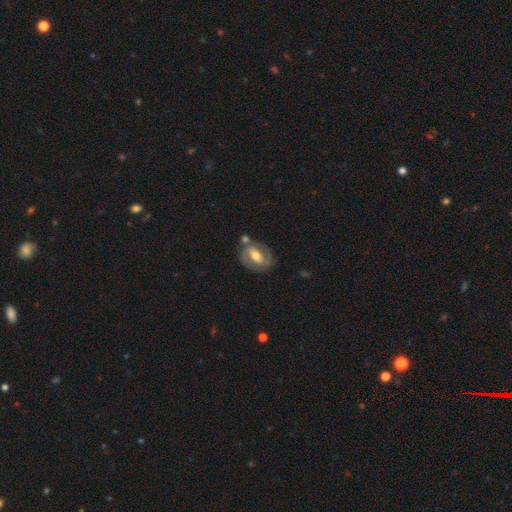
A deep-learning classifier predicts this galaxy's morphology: This is likely a featured or disk galaxy (75%). It is clearly not viewed edge-on (96%). Bar: marginally weak (40%). Spiral arm pattern: clearly yes (84%). Spiral arm count: clearly 2 (83%). Spiral winding: possibly medium (46%). Central bulge: likely moderate (67%). Merging: likely none (68%).